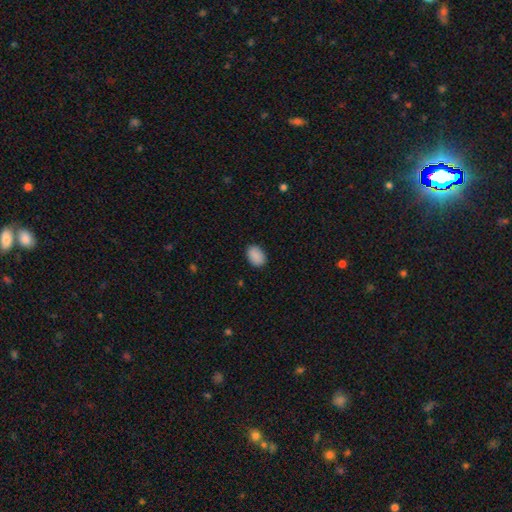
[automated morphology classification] smooth-or-featured: smooth: 90% | star or artifact: 7% | featured or disk: 3%
  how-rounded: in between: 83% | round: 16% | cigar-shaped: 1%
  merging: none: 87% | minor disturbance: 10% | major disturbance: 2% | merger: 1%